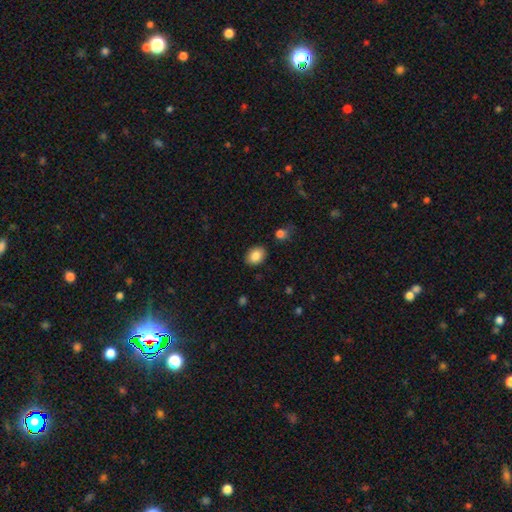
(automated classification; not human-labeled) This is clearly a smooth galaxy (86%). How rounded: likely in between (62%). Merging: clearly none (87%).